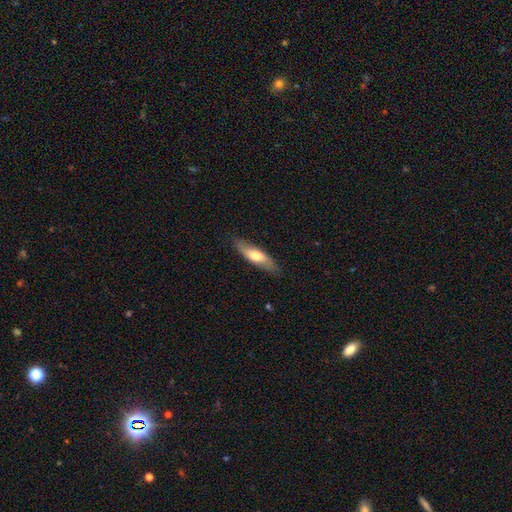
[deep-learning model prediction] smooth_or_featured: smooth (p=0.60) [alt: featured or disk p=0.35]
how_rounded: cigar-shaped (p=0.54) [alt: in between p=0.44]
merging: none (p=0.82) [alt: minor disturbance p=0.15]